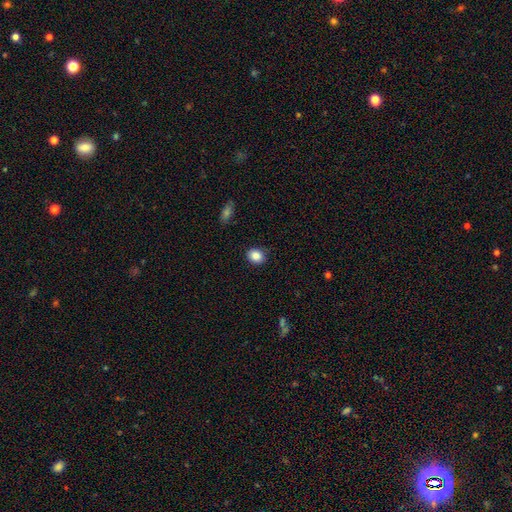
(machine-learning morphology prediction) type=smooth (87%); roundness=round (58%); merging=none (87%).